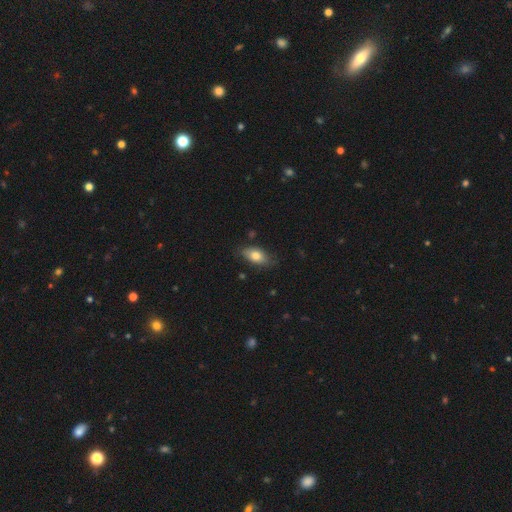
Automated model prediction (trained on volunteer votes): Overall: smooth (77%). How rounded: in between (88%). Merging: none (77%).